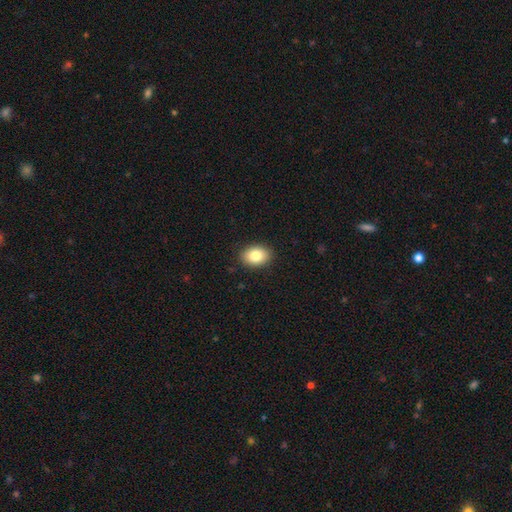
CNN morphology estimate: Smooth or featured?
  - smooth: 82% *
  - featured or disk: 9%
  - star or artifact: 8%
How rounded?
  - in between: 74% *
  - round: 25%
  - cigar-shaped: 1%
Merging?
  - none: 89% *
  - minor disturbance: 8%
  - major disturbance: 2%
  - merger: 1%